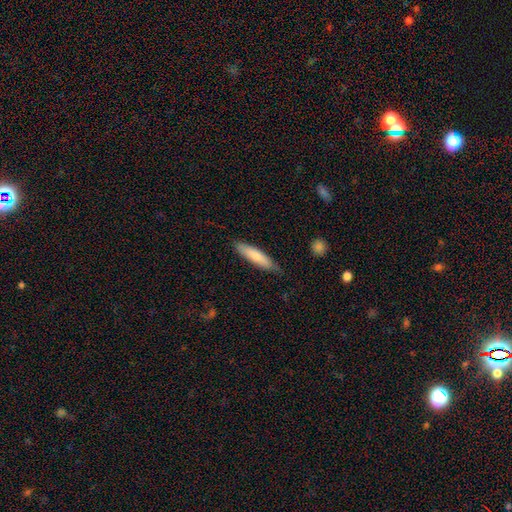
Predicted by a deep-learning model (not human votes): smooth-or-featured: smooth: 79% | featured or disk: 16% | star or artifact: 5%
  how-rounded: cigar-shaped: 80% | in between: 19% | round: 1%
  merging: none: 81% | minor disturbance: 15% | major disturbance: 2% | merger: 1%